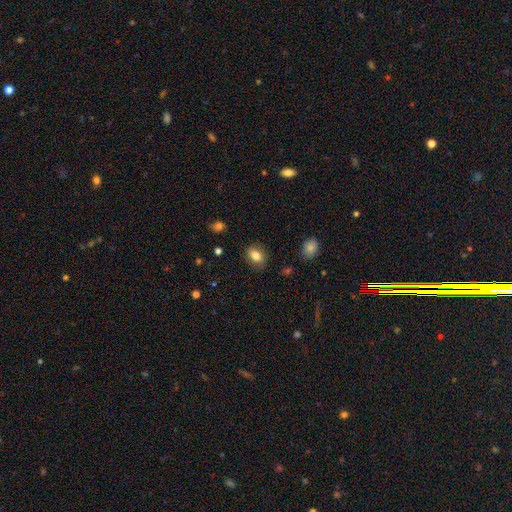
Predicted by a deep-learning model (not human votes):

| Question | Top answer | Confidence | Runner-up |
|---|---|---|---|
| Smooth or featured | smooth | 83% | star or artifact (9%) |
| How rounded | in between | 72% | round (27%) |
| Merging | none | 84% | minor disturbance (11%) |